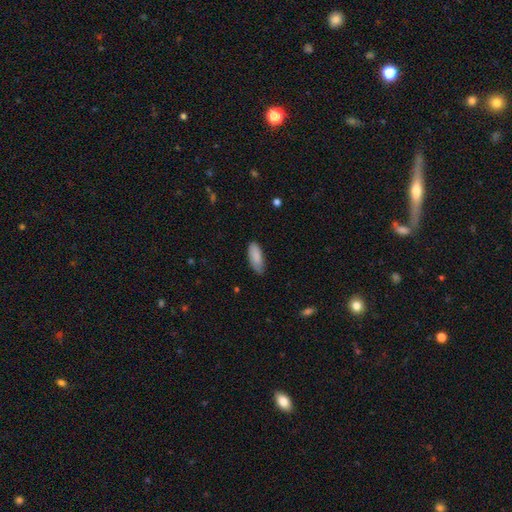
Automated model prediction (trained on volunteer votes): smooth-or-featured: smooth: 86% | featured or disk: 8% | star or artifact: 6%
  how-rounded: in between: 75% | cigar-shaped: 23% | round: 2%
  merging: none: 73% | minor disturbance: 22% | major disturbance: 3% | merger: 1%